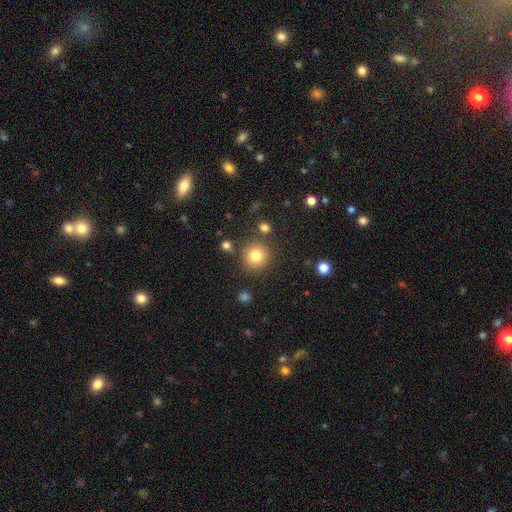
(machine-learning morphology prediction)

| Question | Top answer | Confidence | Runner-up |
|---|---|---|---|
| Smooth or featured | smooth | 80% | star or artifact (12%) |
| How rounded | round | 93% | in between (6%) |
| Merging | none | 84% | minor disturbance (8%) |